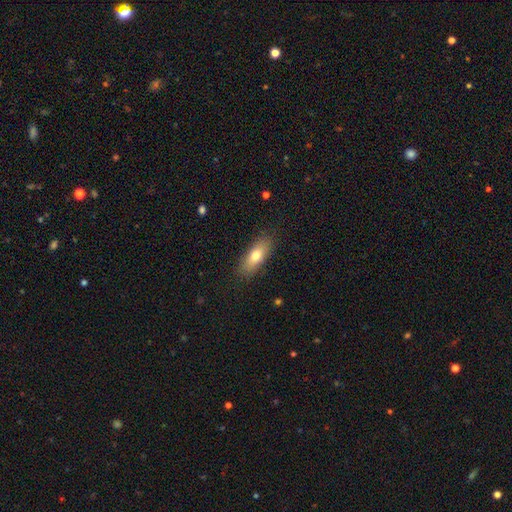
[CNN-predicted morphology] type=smooth (73%); roundness=in between (70%); merging=none (85%).